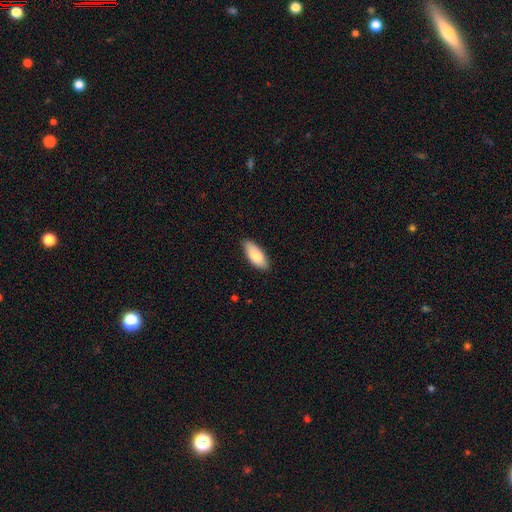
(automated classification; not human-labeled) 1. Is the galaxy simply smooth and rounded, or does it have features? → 85% smooth, 10% featured or disk, 6% star or artifact.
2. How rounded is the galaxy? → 83% in between, 15% cigar-shaped, 2% round.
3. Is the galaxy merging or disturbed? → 85% none, 12% minor disturbance, 2% major disturbance, 1% merger.